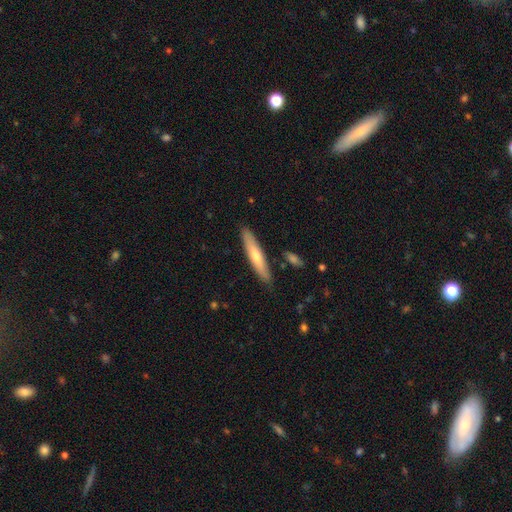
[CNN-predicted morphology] smooth-or-featured: smooth: 61% | featured or disk: 33% | star or artifact: 6%
  how-rounded: cigar-shaped: 89% | in between: 10% | round: 1%
  merging: none: 87% | minor disturbance: 9% | merger: 2% | major disturbance: 2%